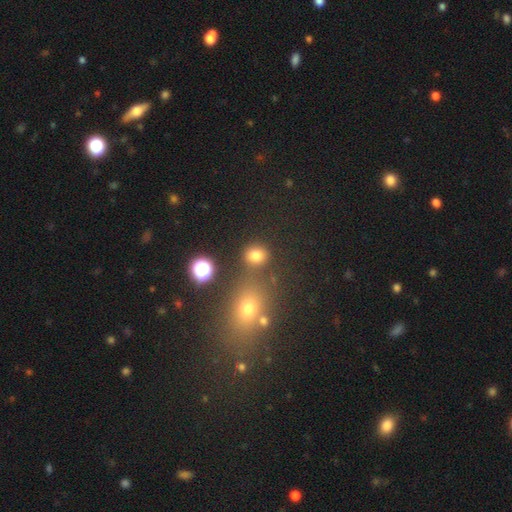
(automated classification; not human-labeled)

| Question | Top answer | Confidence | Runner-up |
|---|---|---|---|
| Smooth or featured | smooth | 77% | star or artifact (17%) |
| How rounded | round | 70% | in between (29%) |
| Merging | none | 75% | minor disturbance (11%) |